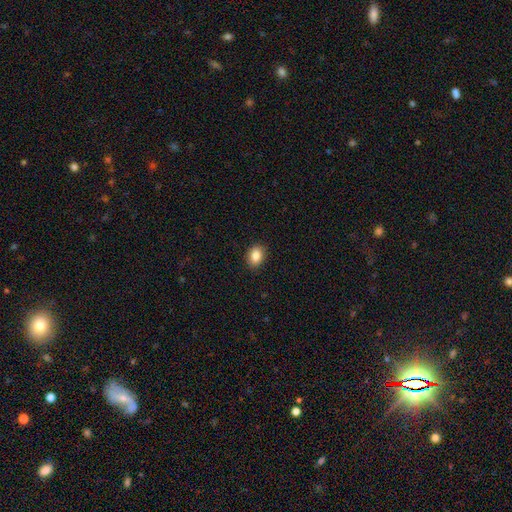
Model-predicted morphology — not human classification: This is clearly a smooth galaxy (87%). How rounded: likely in between (73%). Merging: clearly none (89%).